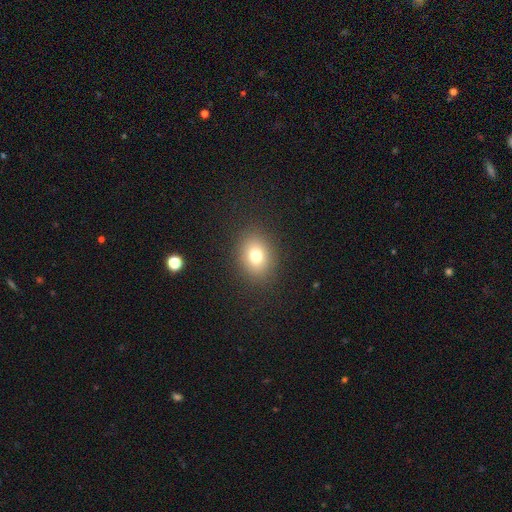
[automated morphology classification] Overall: smooth (77%). How rounded: in between (53%; round 46%). Merging: none (88%).